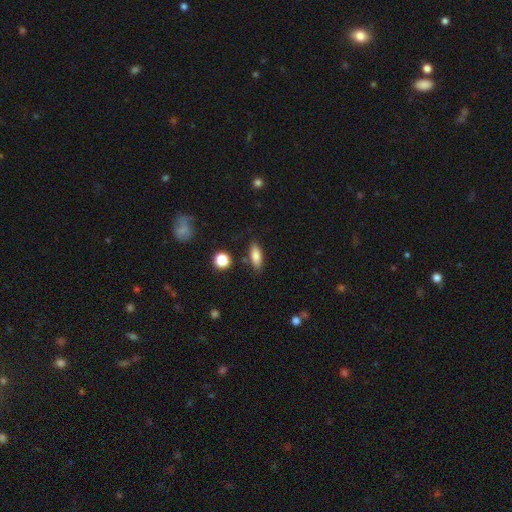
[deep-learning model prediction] smooth-or-featured: smooth: 82% | featured or disk: 10% | star or artifact: 8%
  how-rounded: in between: 72% | cigar-shaped: 24% | round: 4%
  merging: none: 81% | minor disturbance: 12% | merger: 3% | major disturbance: 3%